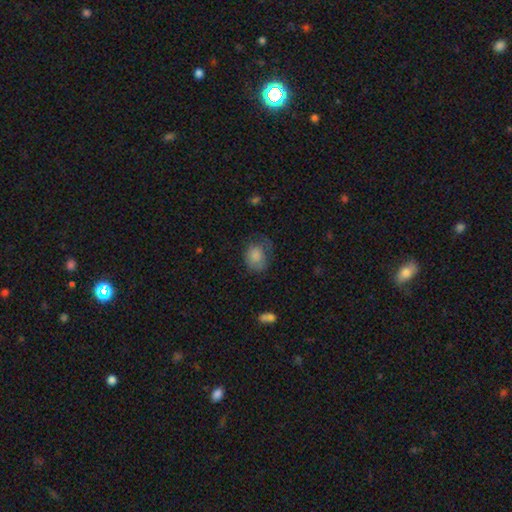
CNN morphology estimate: Smooth or featured? Predicted: smooth (p=0.79). How rounded? Predicted: round (p=0.54). Merging? Predicted: none (p=0.44).